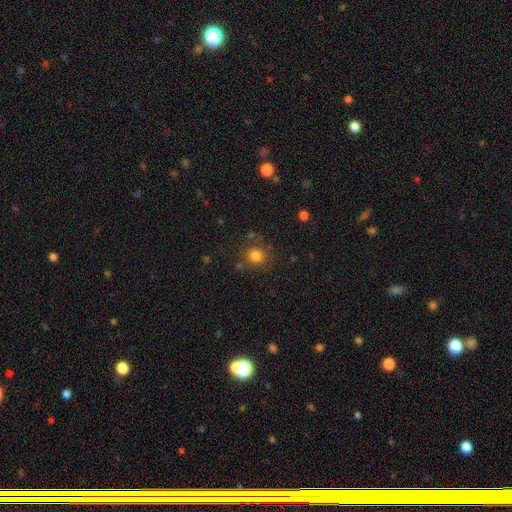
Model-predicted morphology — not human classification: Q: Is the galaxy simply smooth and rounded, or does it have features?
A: smooth — 80%.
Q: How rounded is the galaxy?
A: round — 84%.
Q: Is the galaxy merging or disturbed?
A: none — 80%.